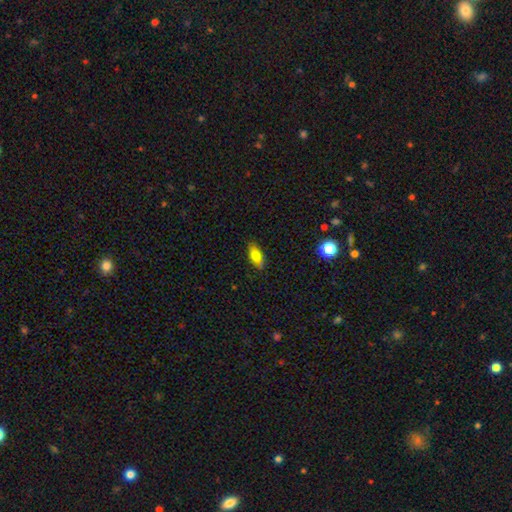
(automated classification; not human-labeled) smooth 75%, featured or disk 17%, star or artifact 8%. Down the decision tree: how rounded — in between (81%); merging — none (82%).